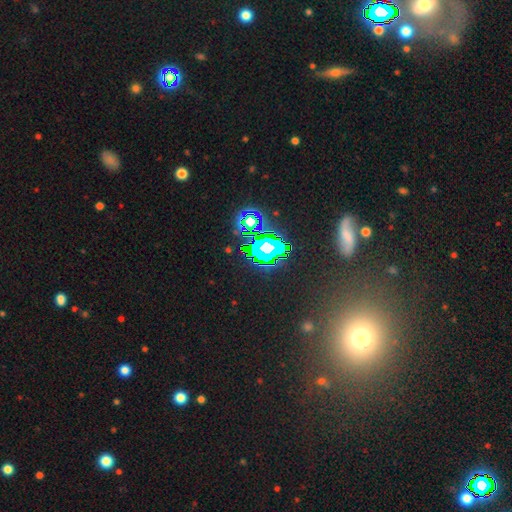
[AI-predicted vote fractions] A star or artifact, not a galaxy (72%).

Vote fractions:
- Smooth or featured? star or artifact: 72% / smooth: 16% / featured or disk: 12%